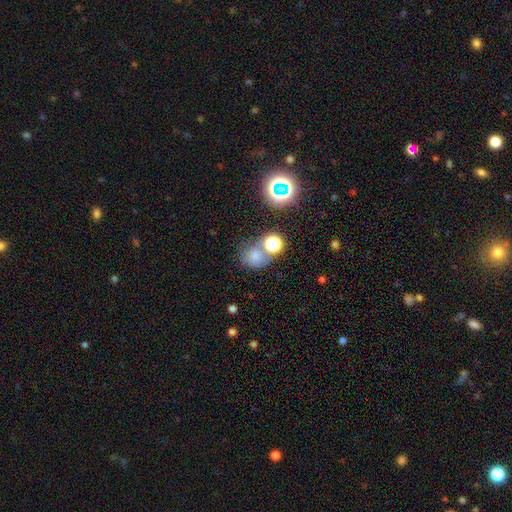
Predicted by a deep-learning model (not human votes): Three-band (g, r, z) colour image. It shows a smooth galaxy with no disk features (63%) that is round (66%). Merging: none (47%).